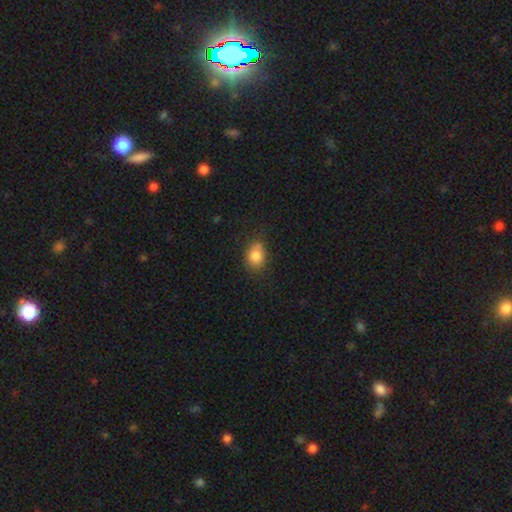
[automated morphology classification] Smooth or featured?
  - smooth: 83% *
  - star or artifact: 9%
  - featured or disk: 8%
How rounded?
  - in between: 62% *
  - round: 37%
  - cigar-shaped: 1%
Merging?
  - none: 64% *
  - minor disturbance: 26%
  - major disturbance: 6%
  - merger: 5%